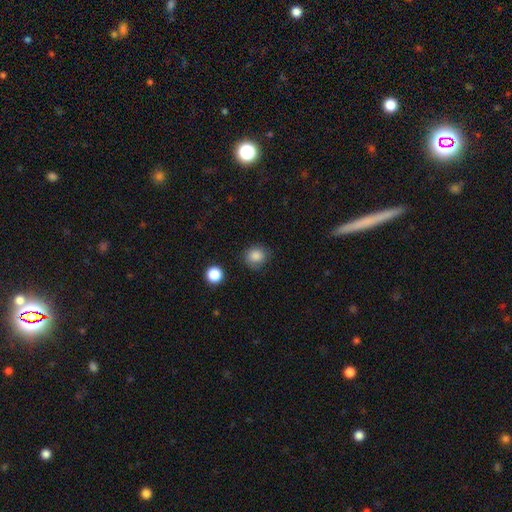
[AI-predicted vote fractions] A smooth galaxy with no disk features (84%) that is round (84%).

Vote fractions:
- Smooth or featured? smooth: 84% / star or artifact: 10% / featured or disk: 5%
- How rounded? round: 84% / in between: 15% / cigar-shaped: 1%
- Merging? none: 78% / minor disturbance: 16% / major disturbance: 4% / merger: 2%